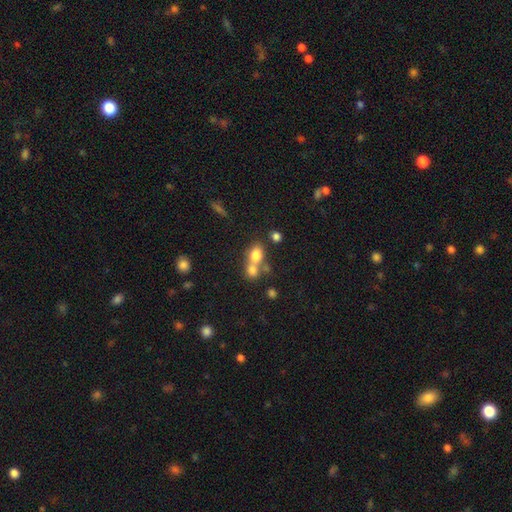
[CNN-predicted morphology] Q: Smooth or featured?
A: smooth (76%); runner-up: featured or disk (12%)
Q: How rounded?
A: in between (60%); runner-up: round (38%)
Q: Merging?
A: merger (55%); runner-up: none (33%)